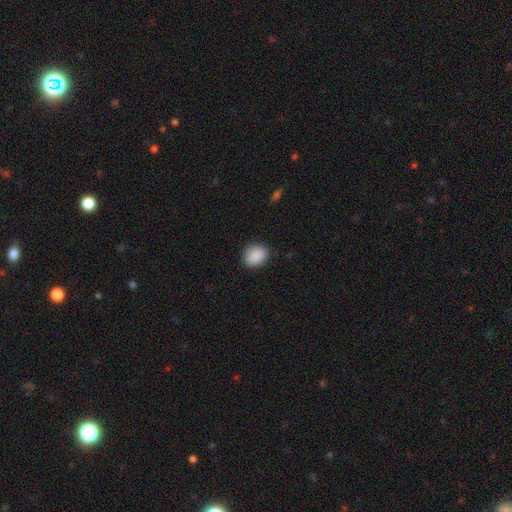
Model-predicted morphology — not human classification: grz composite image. It shows a smooth galaxy with no disk features (89%) that is round (54%). Merging: none (86%).